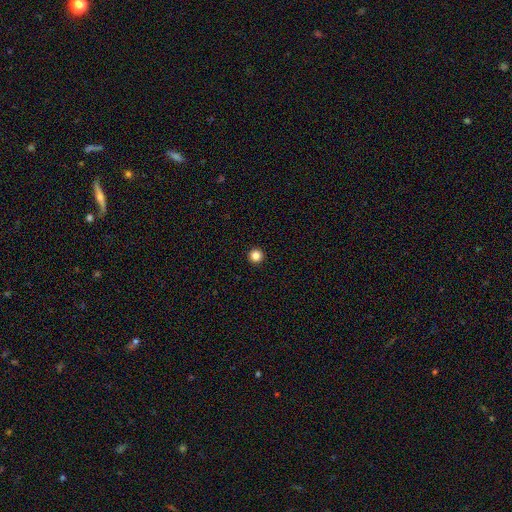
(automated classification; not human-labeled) Smooth or featured? Predicted: smooth (p=0.85). How rounded? Predicted: round (p=0.97). Merging? Predicted: none (p=0.95).